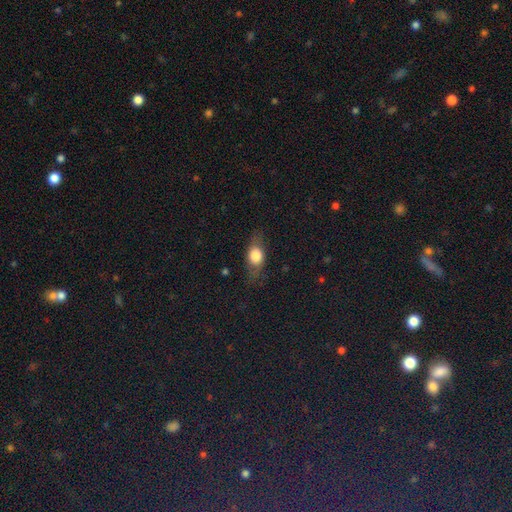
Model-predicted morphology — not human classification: Smooth or featured? smooth (68%)
How rounded? in between (65%)
Merging? none (72%)